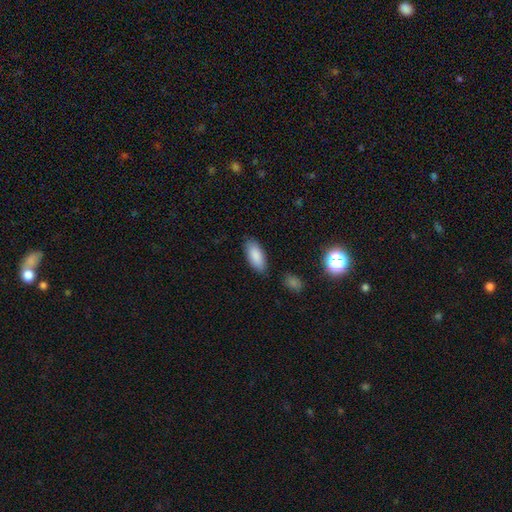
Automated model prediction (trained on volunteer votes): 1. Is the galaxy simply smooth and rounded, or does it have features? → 88% smooth, 7% star or artifact, 5% featured or disk.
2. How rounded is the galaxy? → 88% in between, 10% cigar-shaped, 2% round.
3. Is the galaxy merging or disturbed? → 83% none, 12% minor disturbance, 3% merger, 3% major disturbance.